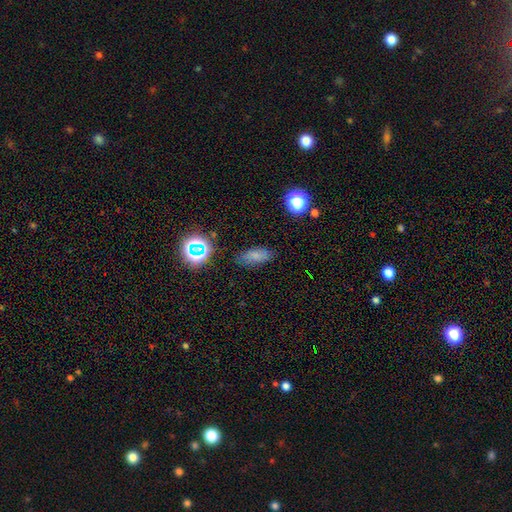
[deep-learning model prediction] A smooth galaxy with no disk features (72%) that is in between round and cigar-shaped (81%).

Vote fractions:
- Smooth or featured? smooth: 72% / star or artifact: 16% / featured or disk: 12%
- How rounded? in between: 81% / cigar-shaped: 13% / round: 6%
- Merging? none: 78% / minor disturbance: 16% / major disturbance: 4% / merger: 2%